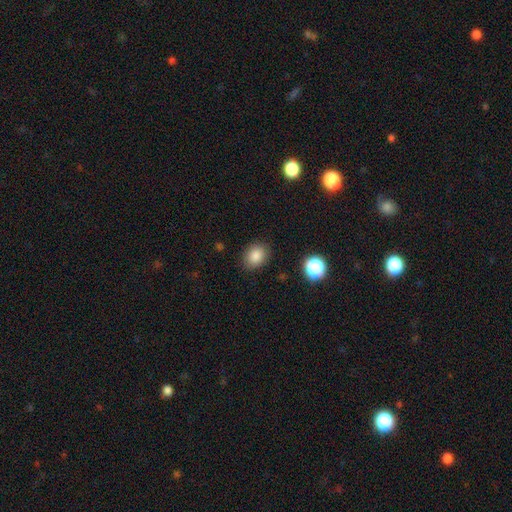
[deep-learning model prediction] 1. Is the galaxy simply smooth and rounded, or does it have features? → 84% smooth, 11% star or artifact, 5% featured or disk.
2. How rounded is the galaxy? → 54% in between, 45% round, 1% cigar-shaped.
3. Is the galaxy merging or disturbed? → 86% none, 10% minor disturbance, 3% major disturbance, 1% merger.